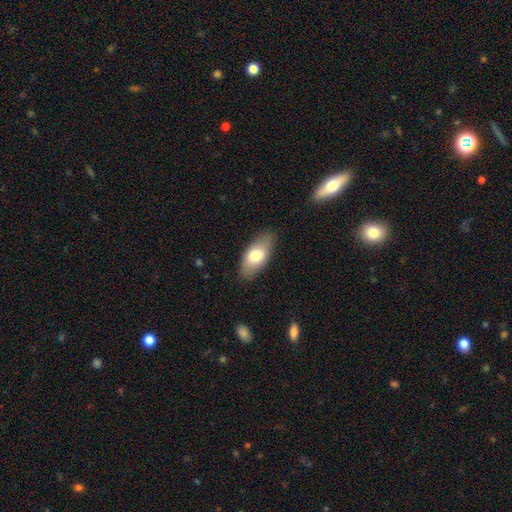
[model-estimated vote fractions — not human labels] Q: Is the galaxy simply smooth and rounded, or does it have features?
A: smooth — 74%.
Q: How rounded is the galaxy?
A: in between — 90%.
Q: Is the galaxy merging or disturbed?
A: none — 83%.